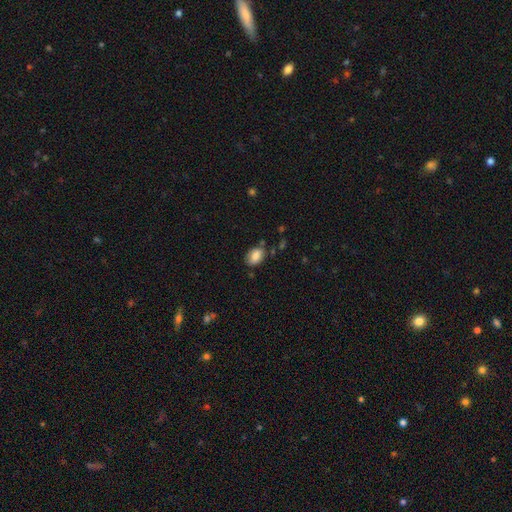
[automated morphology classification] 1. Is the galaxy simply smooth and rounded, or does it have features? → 85% smooth, 8% star or artifact, 7% featured or disk.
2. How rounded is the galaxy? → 81% in between, 18% round, 1% cigar-shaped.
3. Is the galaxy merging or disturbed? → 71% none, 20% minor disturbance, 5% major disturbance, 4% merger.